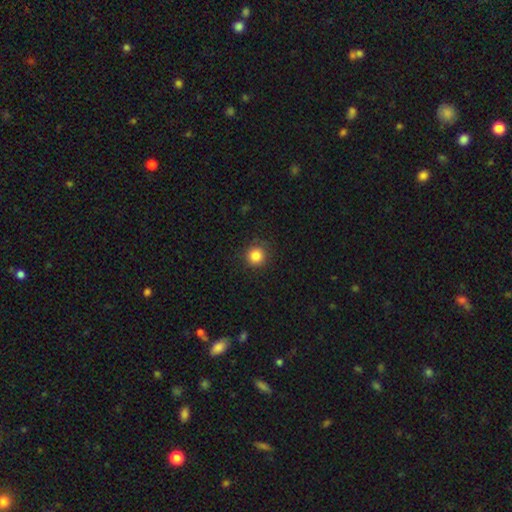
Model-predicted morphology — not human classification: Overall: smooth (85%). How rounded: round (94%). Merging: none (88%).